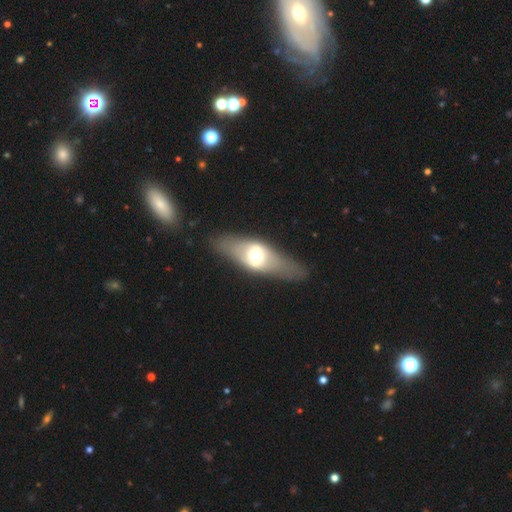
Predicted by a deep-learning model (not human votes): Q: Smooth or featured?
A: featured or disk (54%); runner-up: smooth (39%)
Q: Edge-on disk?
A: no (53%); runner-up: yes (47%)
Q: Merging?
A: none (79%); runner-up: minor disturbance (13%)